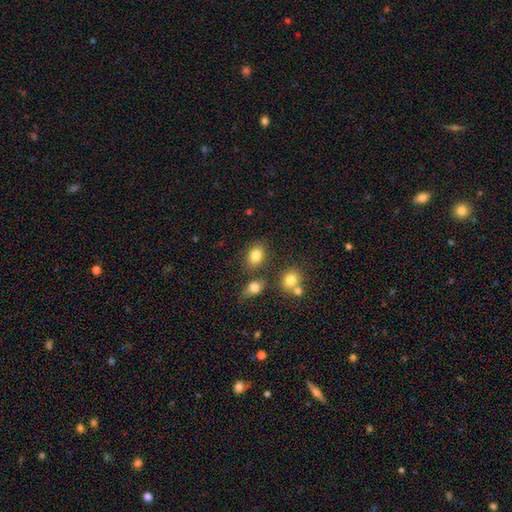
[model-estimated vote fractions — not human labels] smooth_or_featured: smooth (p=0.82) [alt: star or artifact p=0.10]
how_rounded: in between (p=0.70) [alt: round p=0.29]
merging: none (p=0.72) [alt: minor disturbance p=0.12]